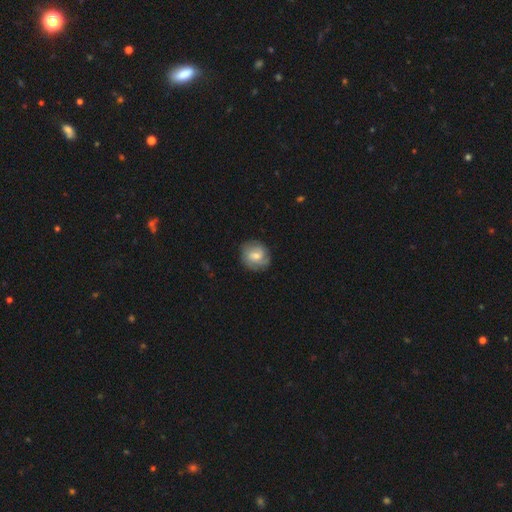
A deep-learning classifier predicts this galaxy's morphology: The model was most divided on "smooth or featured": featured or disk: 49%, smooth: 44%, star or artifact: 7%. More confident: merging — none (79%).